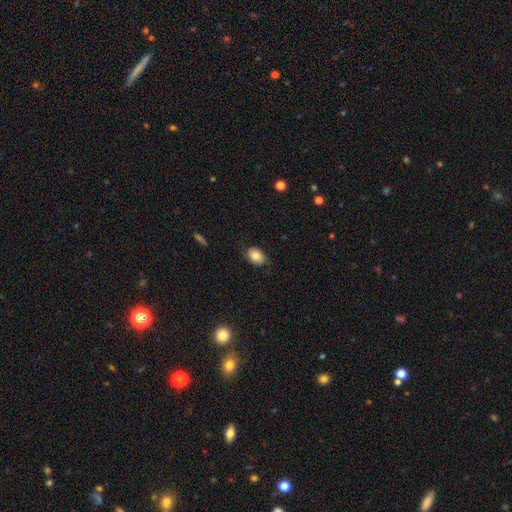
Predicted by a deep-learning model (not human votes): A smooth galaxy with no disk features (75%) that is in between round and cigar-shaped (80%).

Vote fractions:
- Smooth or featured? smooth: 75% / featured or disk: 17% / star or artifact: 8%
- How rounded? in between: 80% / round: 19% / cigar-shaped: 1%
- Merging? none: 72% / minor disturbance: 21% / major disturbance: 6% / merger: 1%